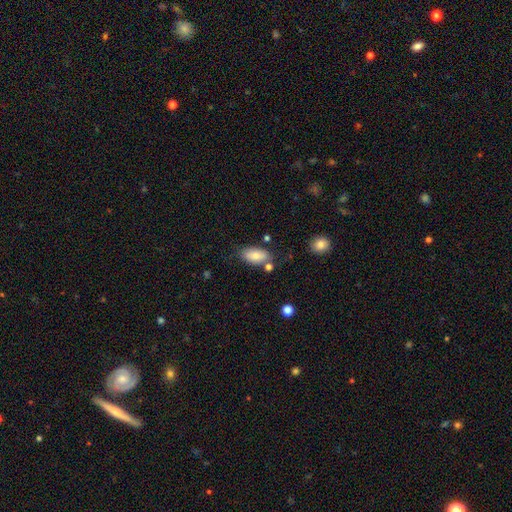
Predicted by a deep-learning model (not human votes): This is clearly a smooth galaxy (80%). How rounded: clearly in between (92%). Merging: likely none (71%).